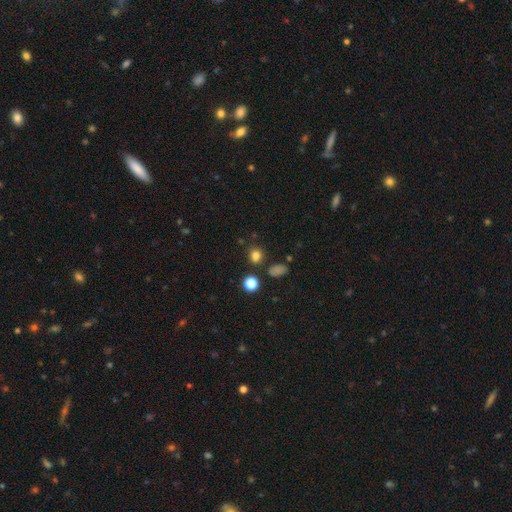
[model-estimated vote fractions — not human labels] Q: Smooth or featured?
A: smooth (79%); runner-up: star or artifact (17%)
Q: How rounded?
A: round (68%); runner-up: in between (30%)
Q: Merging?
A: none (79%); runner-up: minor disturbance (11%)